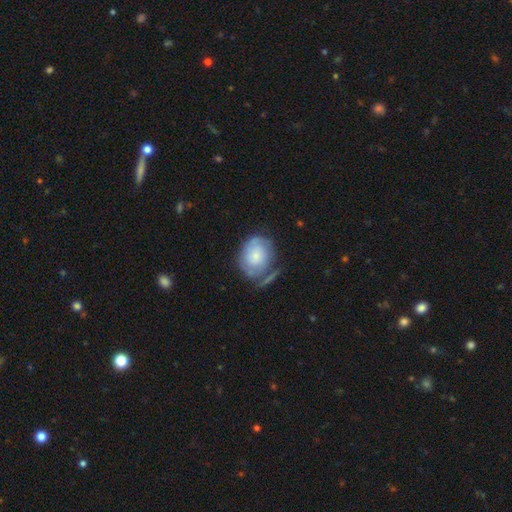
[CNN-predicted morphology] A smooth galaxy with no disk features (57%) that is round (55%). Merging: none (49%).